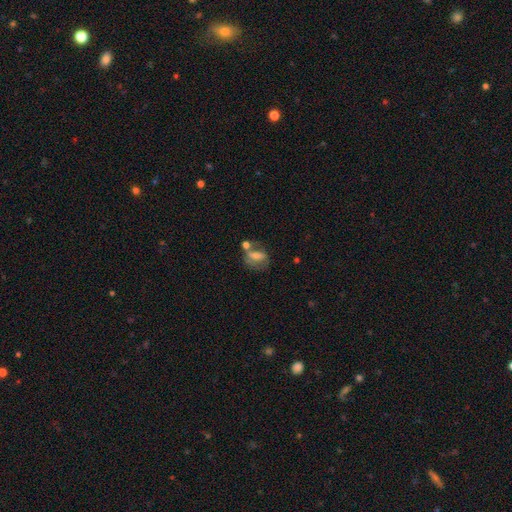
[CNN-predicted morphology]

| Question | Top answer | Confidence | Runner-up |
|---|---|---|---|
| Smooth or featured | smooth | 47% | featured or disk (42%) |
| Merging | none | 34% | merger (32%) |